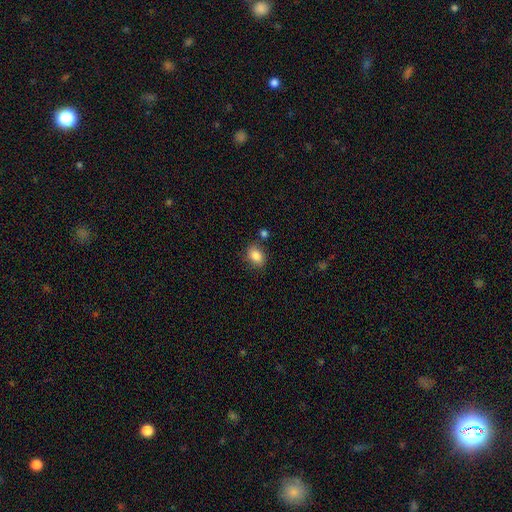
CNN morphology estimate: This appears to be a smooth galaxy with no disk features (85%) that is in between round and cigar-shaped (71%). Merging: none (77%).